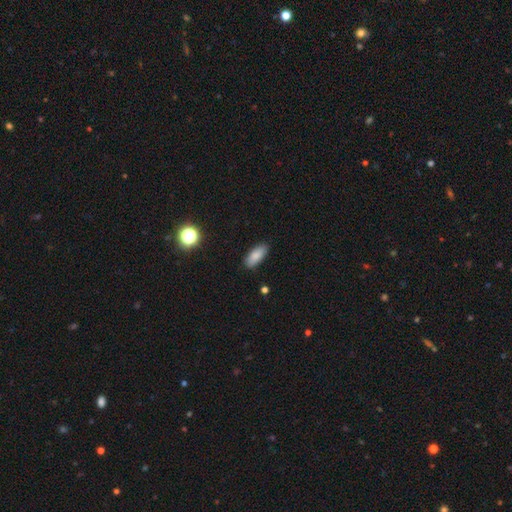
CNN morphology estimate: Smooth or featured?
  - smooth: 85% *
  - star or artifact: 8%
  - featured or disk: 7%
How rounded?
  - in between: 81% *
  - cigar-shaped: 17%
  - round: 2%
Merging?
  - none: 86% *
  - minor disturbance: 10%
  - major disturbance: 2%
  - merger: 1%